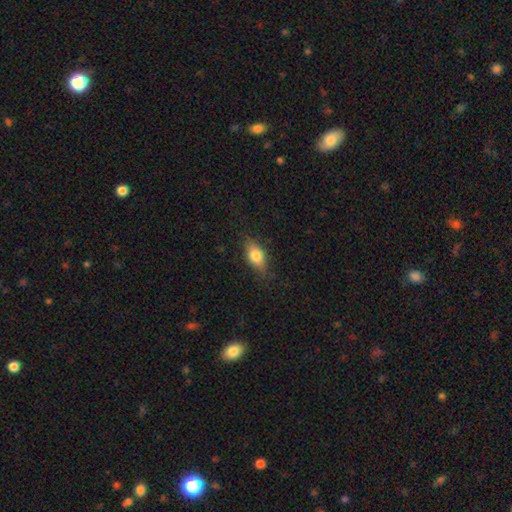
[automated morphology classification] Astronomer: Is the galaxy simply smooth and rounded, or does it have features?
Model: smooth — 77%.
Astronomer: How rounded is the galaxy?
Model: in between — 82%.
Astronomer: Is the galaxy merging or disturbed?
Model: none — 78%.